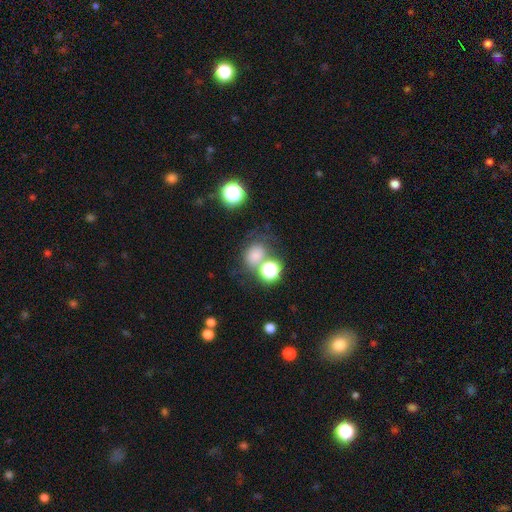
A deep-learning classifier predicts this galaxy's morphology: This is likely a smooth galaxy (70%). How rounded: likely round (63%). Merging: possibly none (54%).